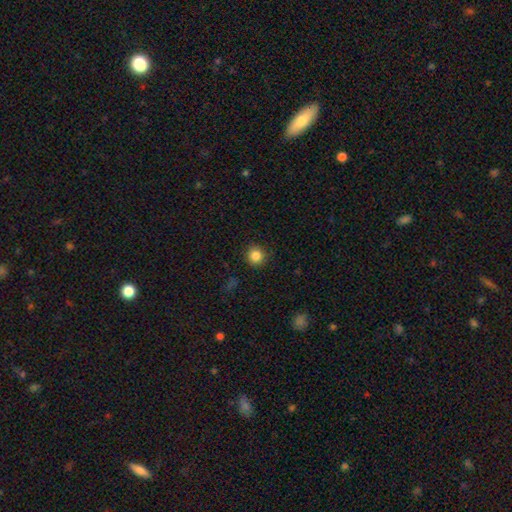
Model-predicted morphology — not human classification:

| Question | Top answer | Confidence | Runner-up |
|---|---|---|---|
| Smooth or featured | smooth | 85% | star or artifact (11%) |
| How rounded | round | 92% | in between (7%) |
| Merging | none | 90% | minor disturbance (6%) |